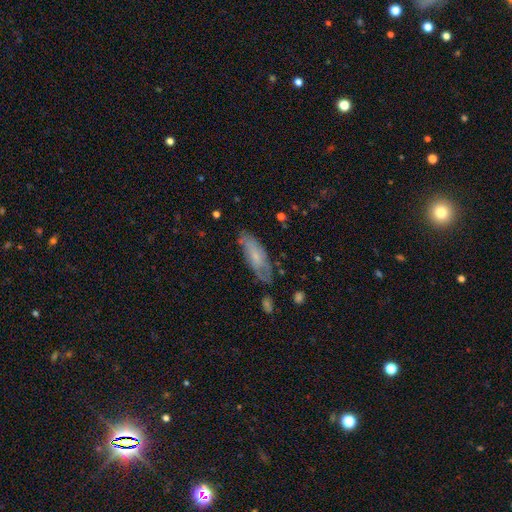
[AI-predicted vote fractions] Morphology: type=smooth (50%); roundness=in between (62%); merging=none (63%).